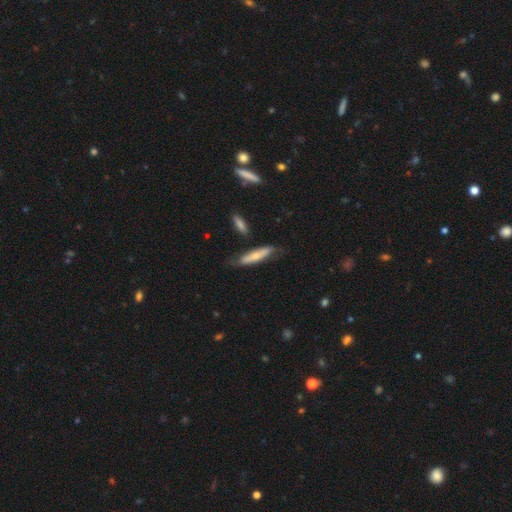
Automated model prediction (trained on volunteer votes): Smooth or featured? Predicted: smooth (p=0.58). How rounded? Predicted: cigar-shaped (p=0.76). Merging? Predicted: none (p=0.65).